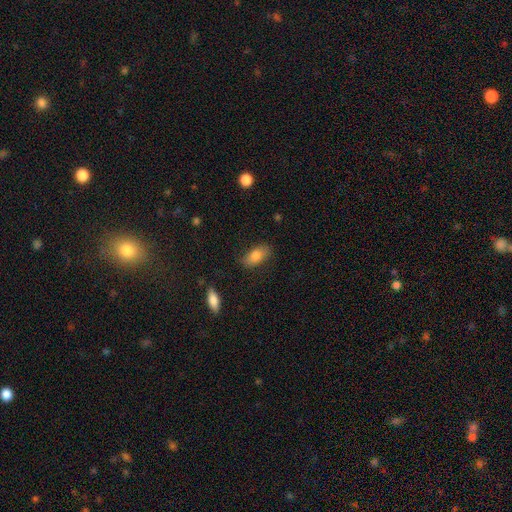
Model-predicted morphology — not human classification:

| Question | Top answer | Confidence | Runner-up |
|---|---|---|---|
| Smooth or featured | smooth | 81% | featured or disk (12%) |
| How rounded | in between | 89% | cigar-shaped (6%) |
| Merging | none | 79% | minor disturbance (15%) |